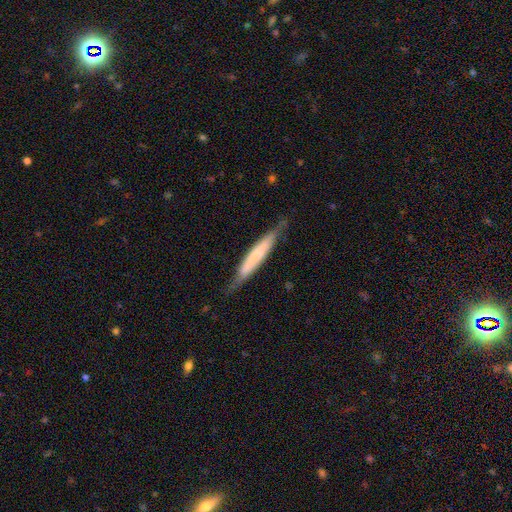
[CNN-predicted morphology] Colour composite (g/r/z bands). It shows a smooth galaxy with no disk features (55%) that is cigar-shaped (92%). Merging: none (73%).